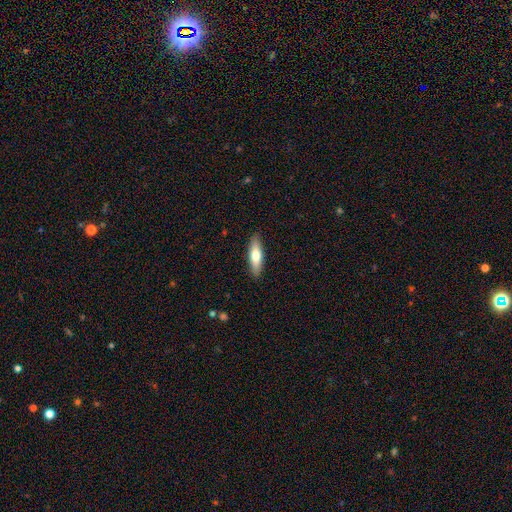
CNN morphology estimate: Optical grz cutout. It shows a smooth galaxy with no disk features (68%) that is cigar-shaped (57%). Merging: none (89%).